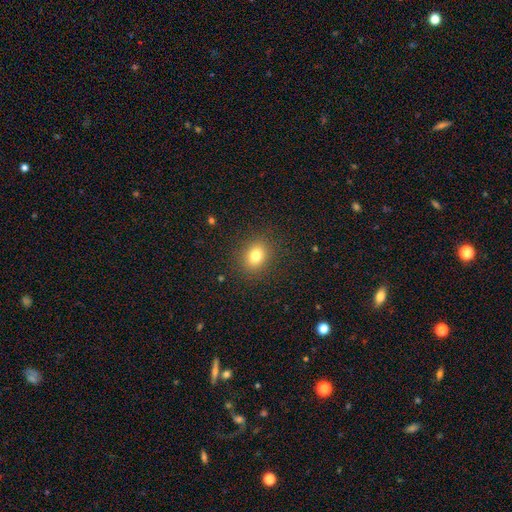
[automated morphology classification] A smooth galaxy with no disk features (78%) that is round (56%).

Vote fractions:
- Smooth or featured? smooth: 78% / star or artifact: 13% / featured or disk: 9%
- How rounded? round: 56% / in between: 43% / cigar-shaped: 1%
- Merging? none: 88% / minor disturbance: 8% / major disturbance: 3% / merger: 1%